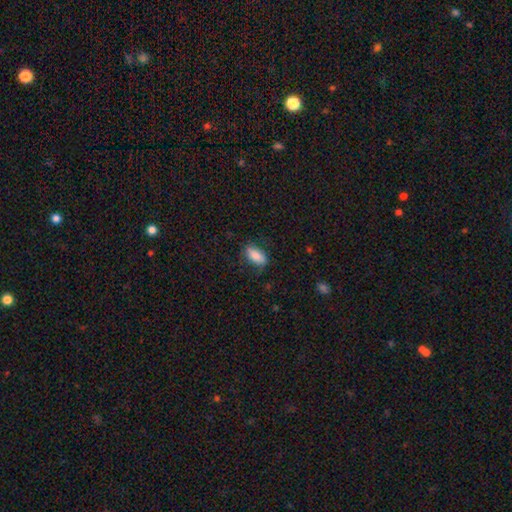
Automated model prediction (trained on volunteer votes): smooth_or_featured: smooth (p=0.82) [alt: featured or disk p=0.11]
how_rounded: in between (p=0.86) [alt: cigar-shaped p=0.10]
merging: none (p=0.72) [alt: minor disturbance p=0.20]